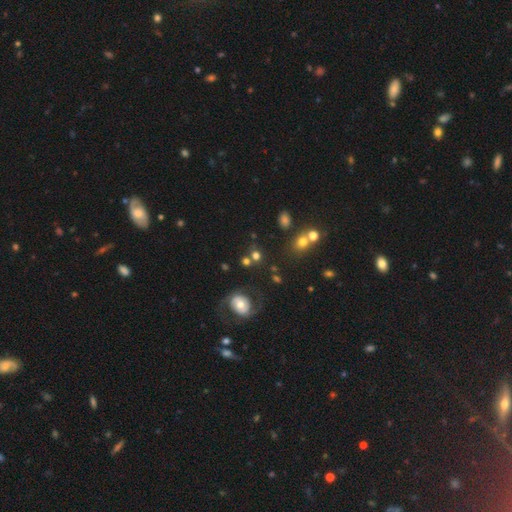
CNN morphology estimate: Q: Smooth or featured?
A: smooth (67%); runner-up: star or artifact (17%)
Q: How rounded?
A: round (81%); runner-up: in between (18%)
Q: Merging?
A: none (66%); runner-up: merger (14%)